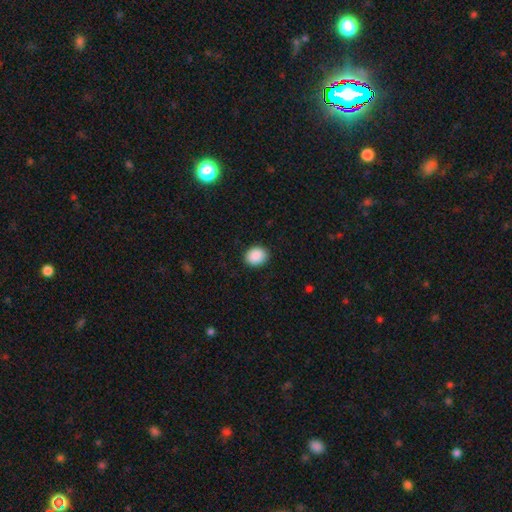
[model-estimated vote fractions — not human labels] A smooth galaxy with no disk features (90%) that is round (58%).

Vote fractions:
- Smooth or featured? smooth: 90% / star or artifact: 7% / featured or disk: 3%
- How rounded? round: 58% / in between: 41% / cigar-shaped: 1%
- Merging? none: 89% / minor disturbance: 8% / major disturbance: 2% / merger: 1%